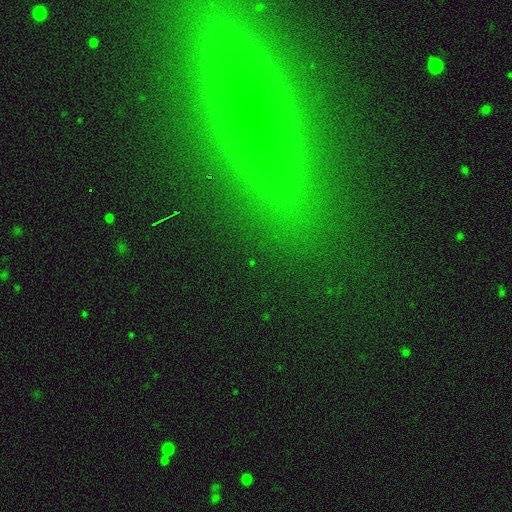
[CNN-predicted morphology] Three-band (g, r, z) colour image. It shows a star or artifact, not a galaxy (38%).